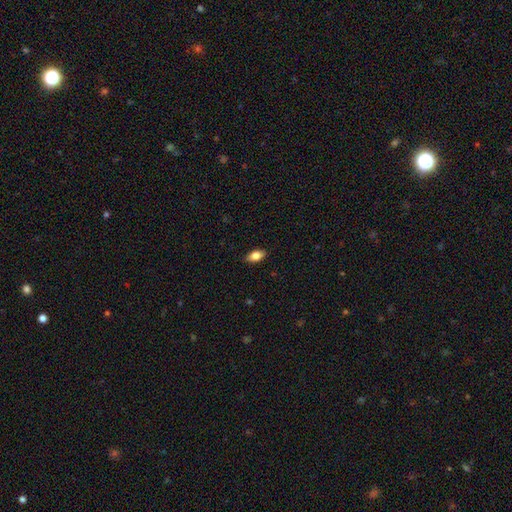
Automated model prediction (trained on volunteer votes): Smooth or featured: smooth — 81% (featured or disk — 11%)
How rounded: in between — 89% (round — 6%)
Merging: none — 88% (minor disturbance — 9%)